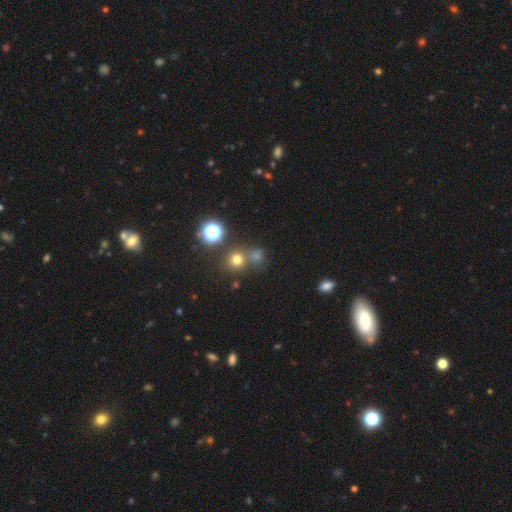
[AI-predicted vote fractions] A smooth galaxy with no disk features (61%) that is round (86%). Merging: none (60%).